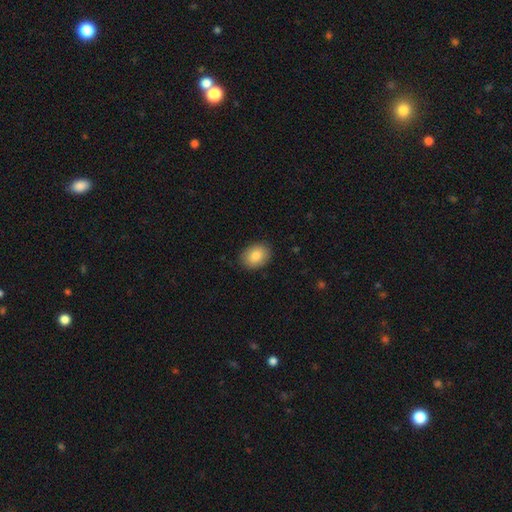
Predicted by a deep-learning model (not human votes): Q: Smooth or featured?
A: smooth (85%); runner-up: featured or disk (8%)
Q: How rounded?
A: in between (66%); runner-up: round (33%)
Q: Merging?
A: none (89%); runner-up: minor disturbance (8%)